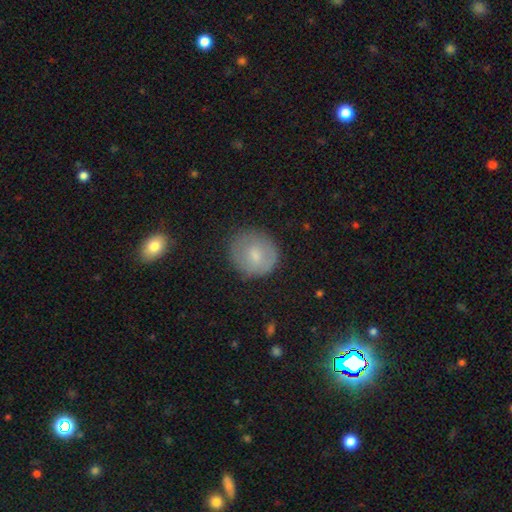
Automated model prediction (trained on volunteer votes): A smooth galaxy with no disk features (68%) that is round (86%). Merging: none (81%).